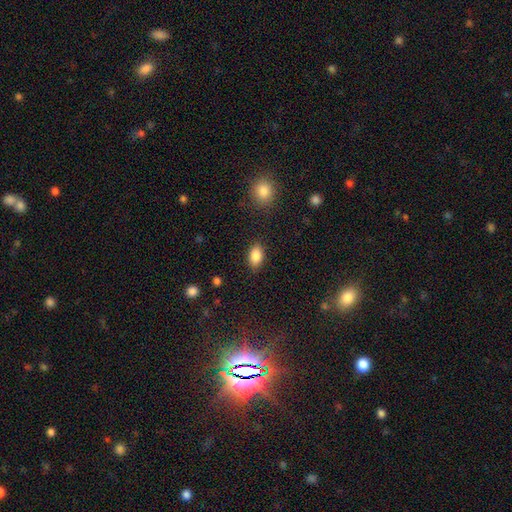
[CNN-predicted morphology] Smooth or featured? smooth (86%)
How rounded? in between (88%)
Merging? none (86%)